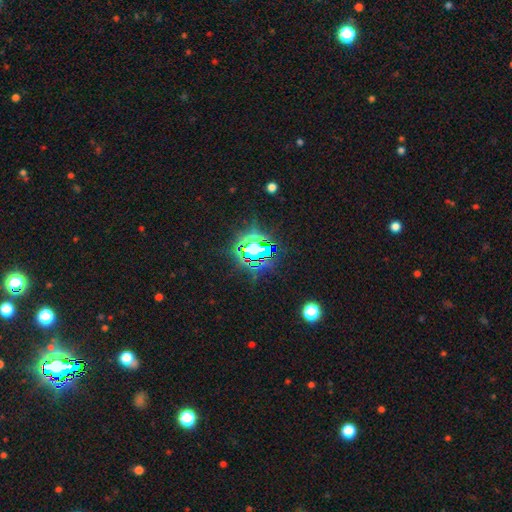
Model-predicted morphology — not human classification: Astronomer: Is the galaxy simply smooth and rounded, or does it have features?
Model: star or artifact — 82%.